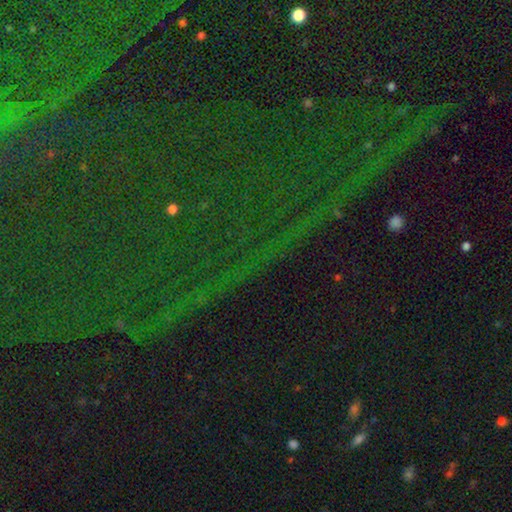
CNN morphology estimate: A star or artifact, not a galaxy (85%).

Vote fractions:
- Smooth or featured? star or artifact: 85% / featured or disk: 8% / smooth: 7%